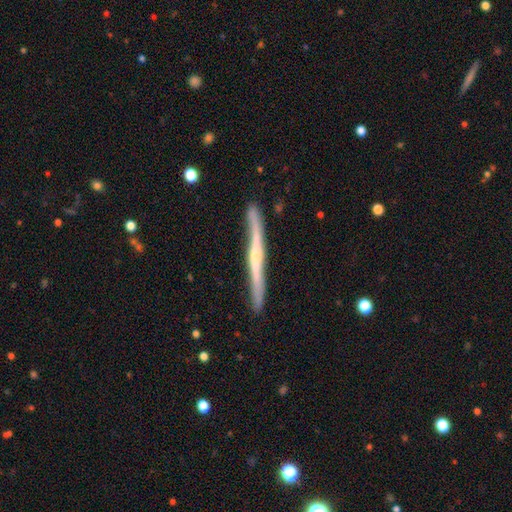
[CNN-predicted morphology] A featured or disk galaxy (72%) viewed edge-on (94%) with a rounded central bulge (44%). Merging: none (82%).